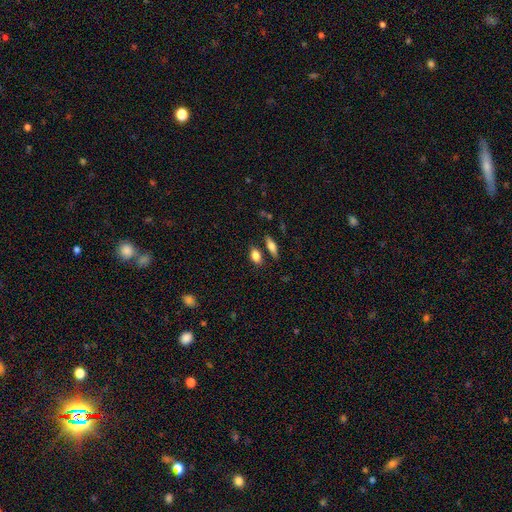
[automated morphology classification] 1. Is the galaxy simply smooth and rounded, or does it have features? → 83% smooth, 9% featured or disk, 8% star or artifact.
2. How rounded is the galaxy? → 84% in between, 9% cigar-shaped, 7% round.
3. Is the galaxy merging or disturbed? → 76% none, 11% minor disturbance, 10% merger, 3% major disturbance.